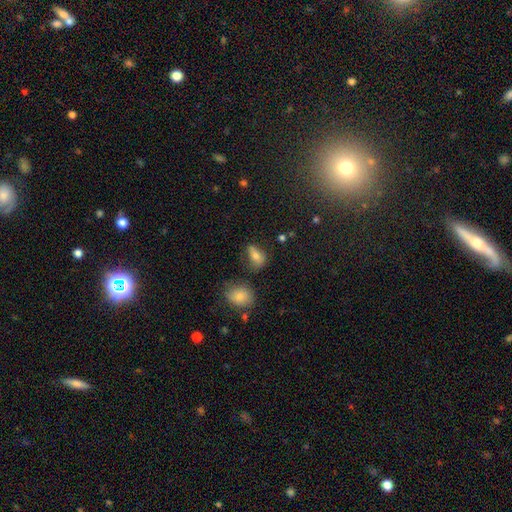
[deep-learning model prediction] The model was most divided on "merging": none: 56%, minor disturbance: 25%, major disturbance: 12%, merger: 7%. More confident: how rounded — in between (76%); smooth or featured — smooth (69%).